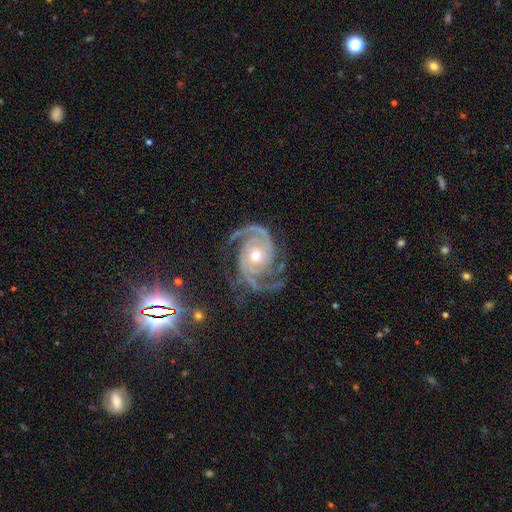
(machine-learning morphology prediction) type=featured or disk (93%); edge-on=no (98%); bar=no (75%); spiral arms=yes (98%); winding=medium (44%, tied with tight); arm count=2 (63%); bulge=moderate (63%); merging=none (71%).